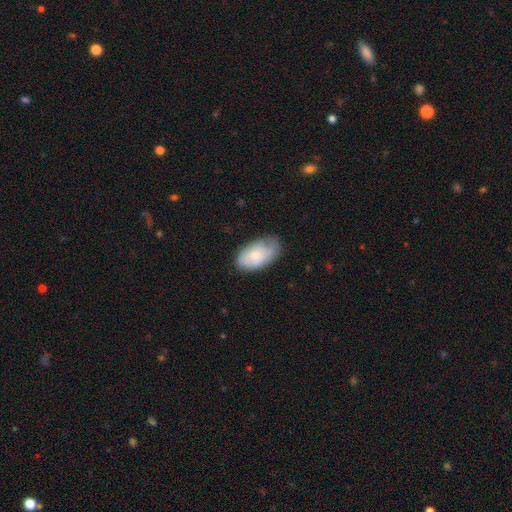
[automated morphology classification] Overall: smooth (66%; featured or disk 28%). How rounded: in between (94%). Merging: none (55%; minor disturbance 34%).